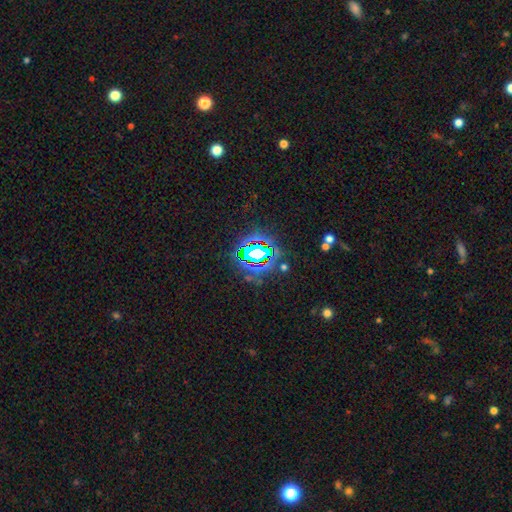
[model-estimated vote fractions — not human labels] star or artifact 70%, smooth 16%, featured or disk 14%.